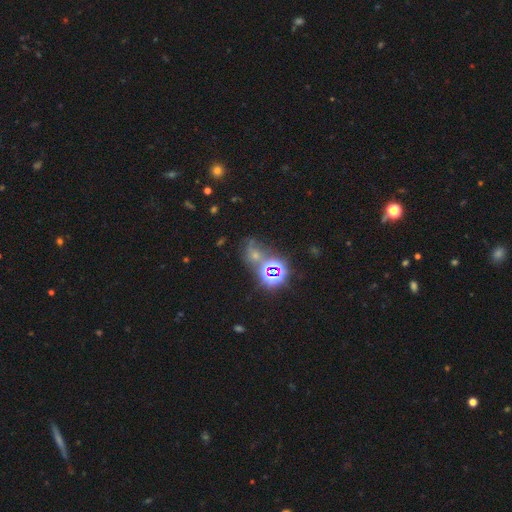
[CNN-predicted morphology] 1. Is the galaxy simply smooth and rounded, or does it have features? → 54% star or artifact, 33% smooth, 13% featured or disk.